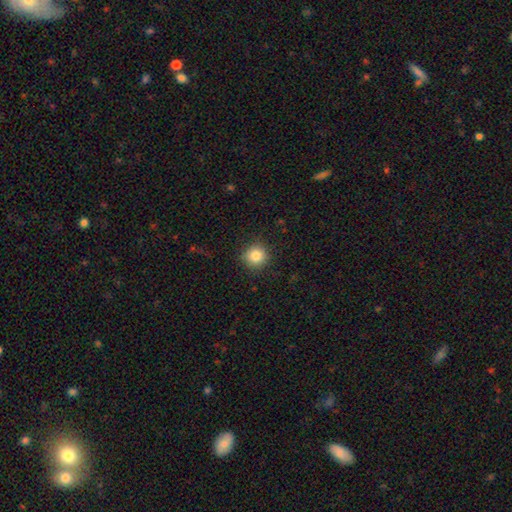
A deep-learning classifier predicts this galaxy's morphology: This appears to be a smooth galaxy with no disk features (84%) that is round (93%). Merging: none (89%).